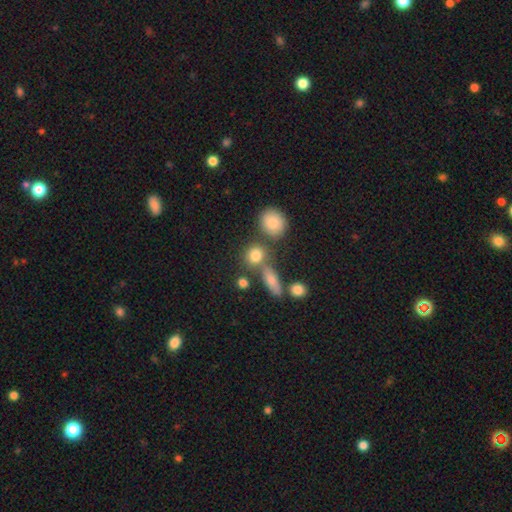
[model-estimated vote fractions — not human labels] A smooth galaxy with no disk features (80%) that is round (71%).

Vote fractions:
- Smooth or featured? smooth: 80% / star or artifact: 12% / featured or disk: 8%
- How rounded? round: 71% / in between: 25% / cigar-shaped: 4%
- Merging? none: 61% / merger: 24% / minor disturbance: 11% / major disturbance: 5%